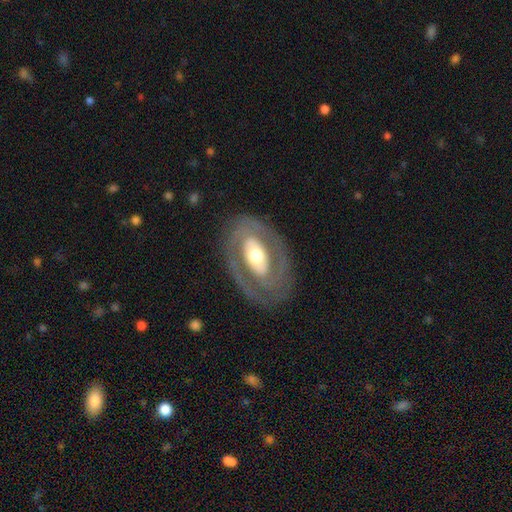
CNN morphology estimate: featured or disk 73%, smooth 22%, star or artifact 5%. Down the decision tree: edge-on disk — no (92%); bar — no (53%); spiral arms — no (50%, tied with yes); bulge size — moderate (58%); merging — none (78%).